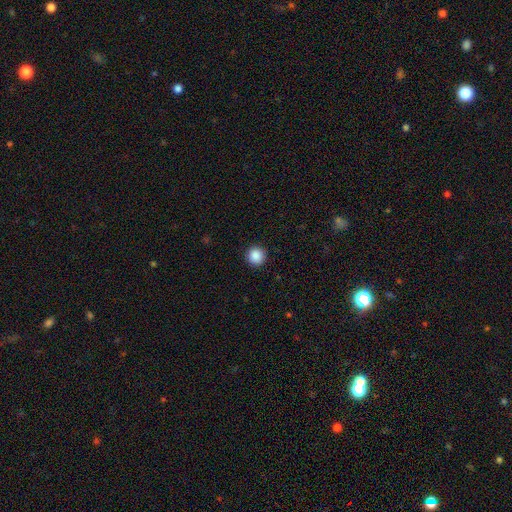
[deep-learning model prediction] This appears to be a smooth galaxy with no disk features (88%) that is round (96%). Merging: none (93%).